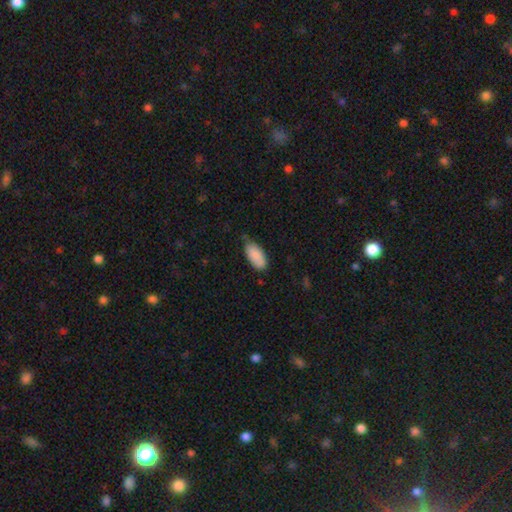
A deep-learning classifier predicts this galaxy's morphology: Smooth or featured? smooth (88%)
How rounded? in between (92%)
Merging? none (65%)